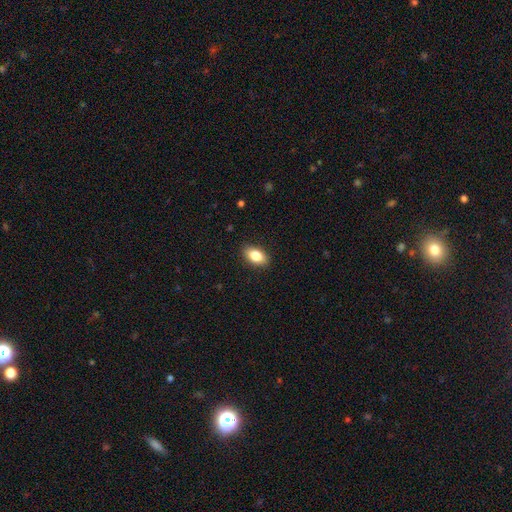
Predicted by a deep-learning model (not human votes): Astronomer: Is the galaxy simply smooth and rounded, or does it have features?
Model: smooth — 83%.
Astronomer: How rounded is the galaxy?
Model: in between — 90%.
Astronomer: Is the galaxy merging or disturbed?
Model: none — 88%.